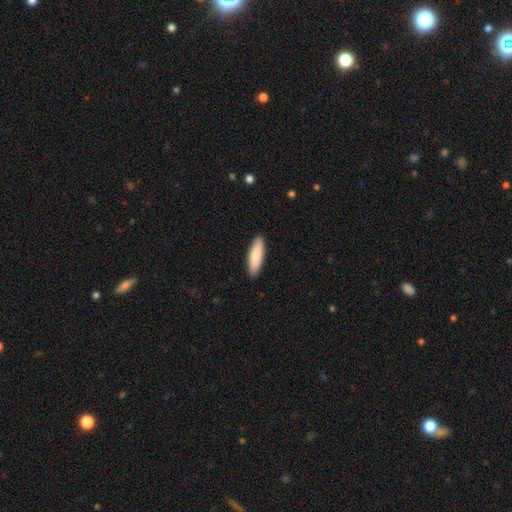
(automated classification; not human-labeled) Overall: smooth (85%). How rounded: cigar-shaped (53%; in between 45%). Merging: none (90%).